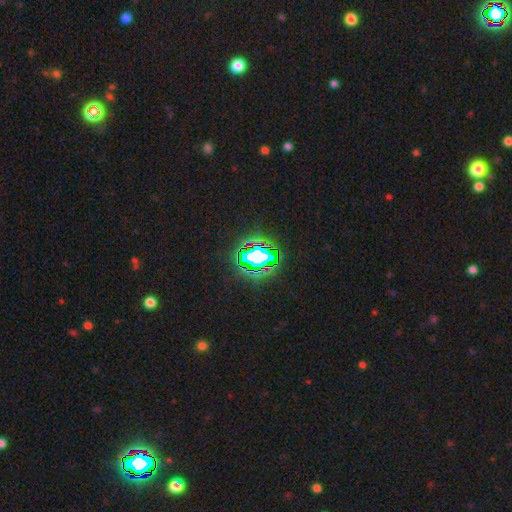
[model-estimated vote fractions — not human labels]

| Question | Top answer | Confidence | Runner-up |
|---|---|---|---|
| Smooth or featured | star or artifact | 68% | smooth (18%) |